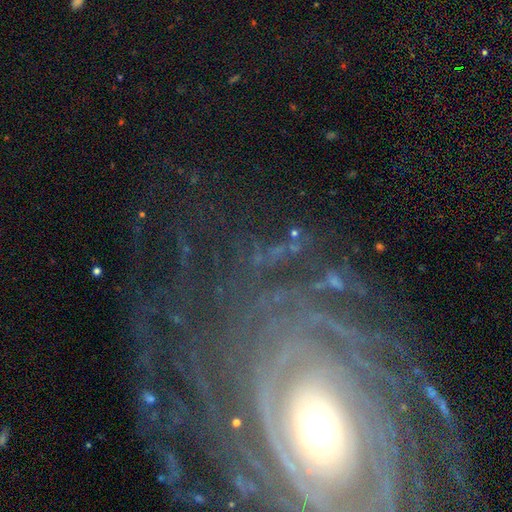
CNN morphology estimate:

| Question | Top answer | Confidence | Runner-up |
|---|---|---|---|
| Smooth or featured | featured or disk | 64% | star or artifact (24%) |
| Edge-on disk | no | 93% | yes (7%) |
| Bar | no | 46% | weak (29%) |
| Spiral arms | yes | 90% | no (10%) |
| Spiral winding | tight | 70% | medium (22%) |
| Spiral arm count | can't tell | 29% | more than 4 (17%) |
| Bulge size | small | 58% | moderate (28%) |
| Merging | none | 69% | minor disturbance (15%) |